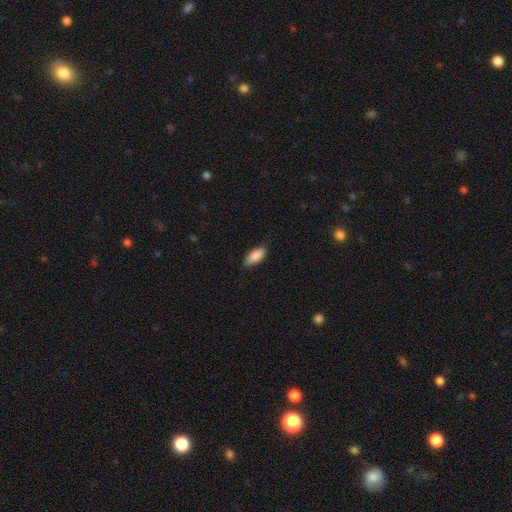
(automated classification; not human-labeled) Morphology: type=smooth (89%); roundness=in between (80%); merging=none (84%).